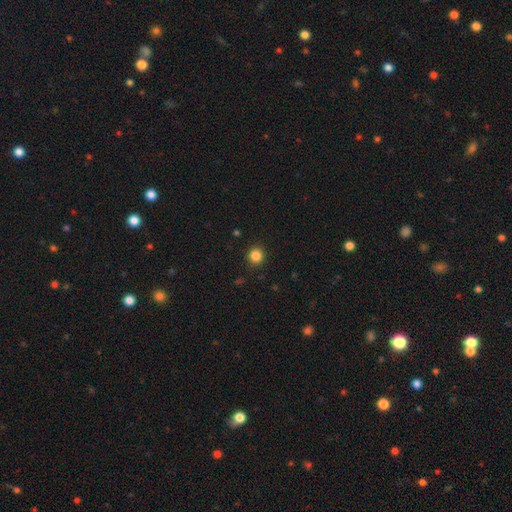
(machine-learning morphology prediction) This is clearly a smooth galaxy (84%). How rounded: clearly round (92%). Merging: clearly none (92%).